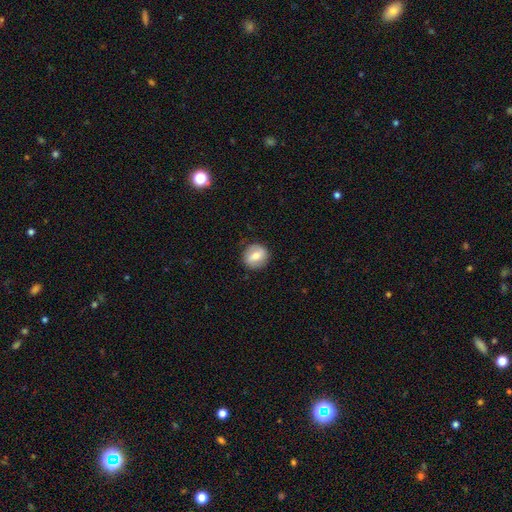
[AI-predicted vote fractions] Morphology: type=smooth (57%); roundness=round (83%); merging=none (85%).